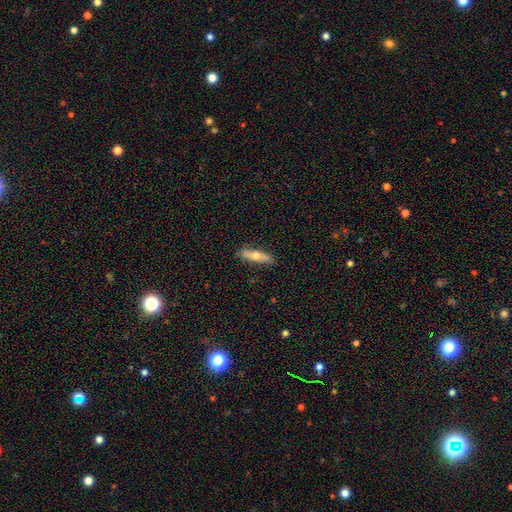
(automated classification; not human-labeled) Smooth or featured? smooth (60%)
How rounded? cigar-shaped (68%)
Merging? none (85%)